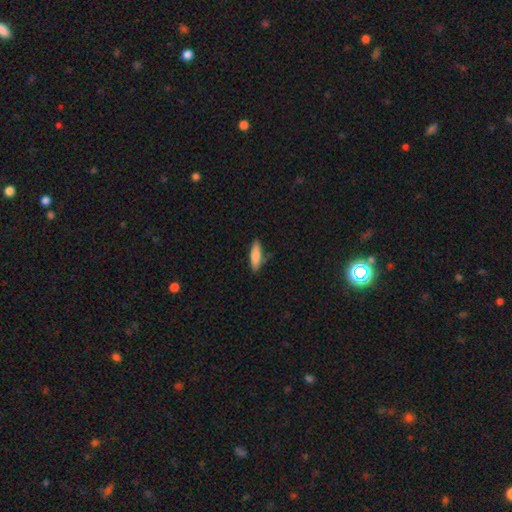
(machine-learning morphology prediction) The model was most divided on "how rounded": cigar-shaped: 56%, in between: 42%, round: 2%. More confident: smooth or featured — smooth (79%); merging — none (77%).